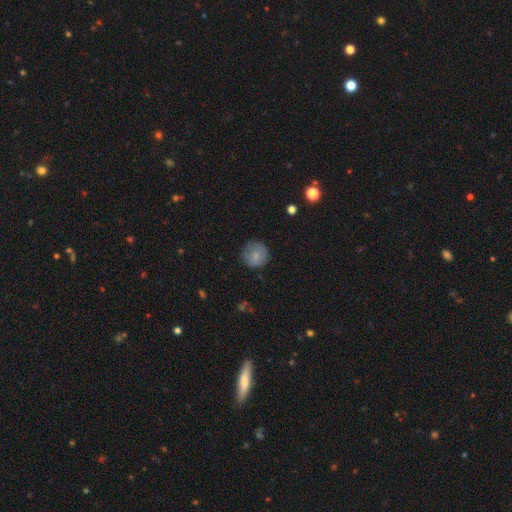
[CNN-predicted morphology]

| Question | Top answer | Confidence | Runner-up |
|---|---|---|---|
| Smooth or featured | smooth | 75% | featured or disk (17%) |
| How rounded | round | 93% | in between (6%) |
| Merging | none | 78% | minor disturbance (16%) |